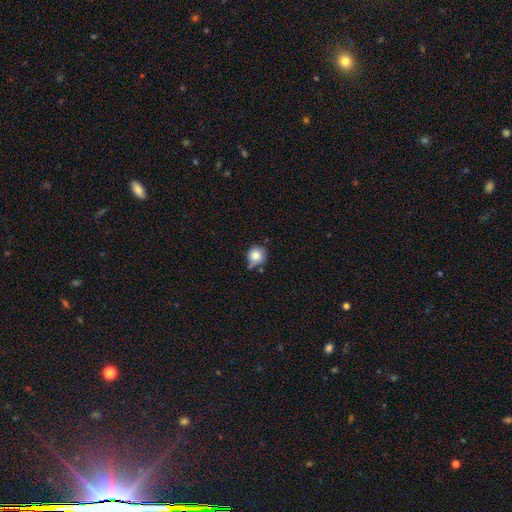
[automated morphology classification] This appears to be a smooth galaxy with no disk features (81%) that is round (88%). Merging: none (51%).